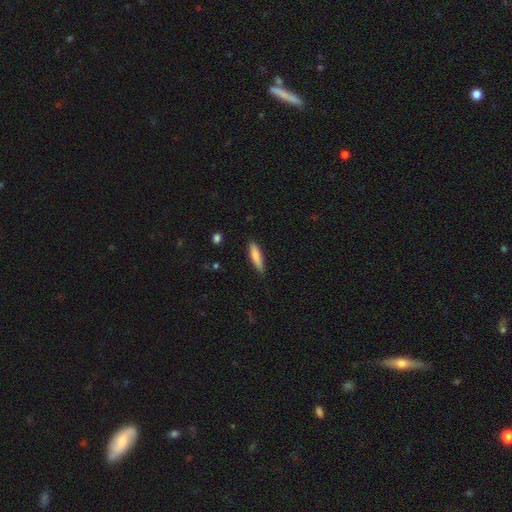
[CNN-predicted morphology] smooth-or-featured: smooth: 80% | featured or disk: 14% | star or artifact: 6%
  how-rounded: cigar-shaped: 77% | in between: 21% | round: 1%
  merging: none: 82% | minor disturbance: 14% | major disturbance: 2% | merger: 1%